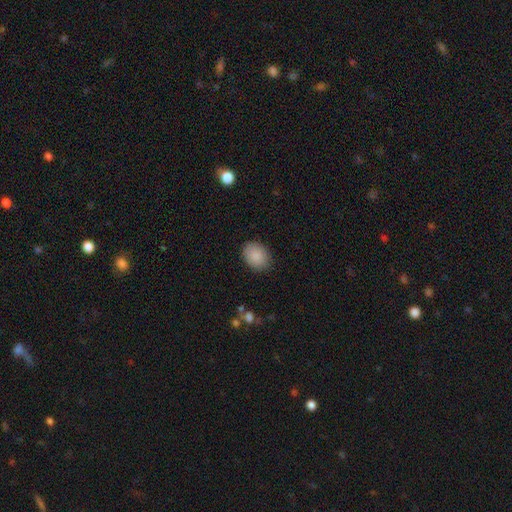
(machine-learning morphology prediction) Smooth or featured? Predicted: smooth (p=0.88). How rounded? Predicted: in between (p=0.63). Merging? Predicted: none (p=0.86).